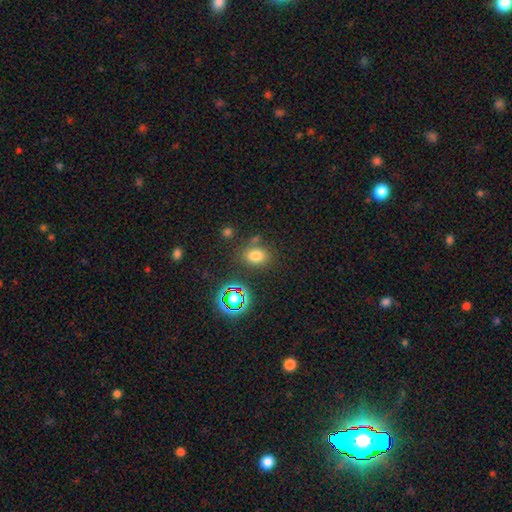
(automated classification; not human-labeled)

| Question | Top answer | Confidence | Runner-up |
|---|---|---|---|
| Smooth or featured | smooth | 71% | star or artifact (21%) |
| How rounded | in between | 57% | round (42%) |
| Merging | none | 74% | minor disturbance (13%) |